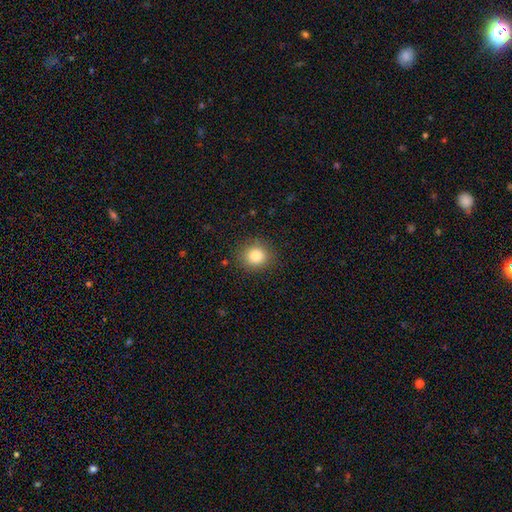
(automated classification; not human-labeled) The model was most divided on "how rounded": round: 85%, in between: 14%, cigar-shaped: 1%. More confident: merging — none (87%); smooth or featured — smooth (84%).